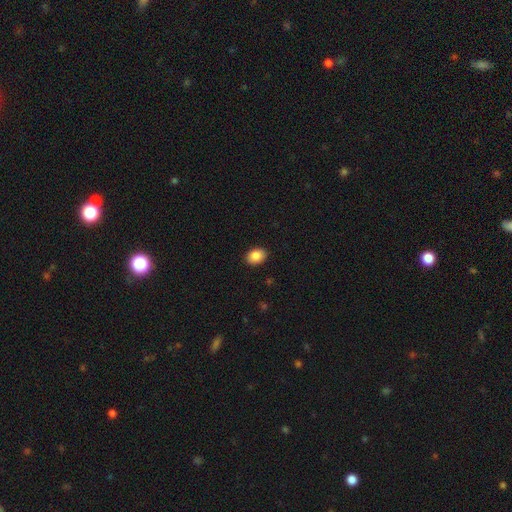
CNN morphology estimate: smooth-or-featured: smooth: 87% | star or artifact: 8% | featured or disk: 5%
  how-rounded: in between: 72% | round: 27% | cigar-shaped: 1%
  merging: none: 90% | minor disturbance: 7% | major disturbance: 2% | merger: 1%